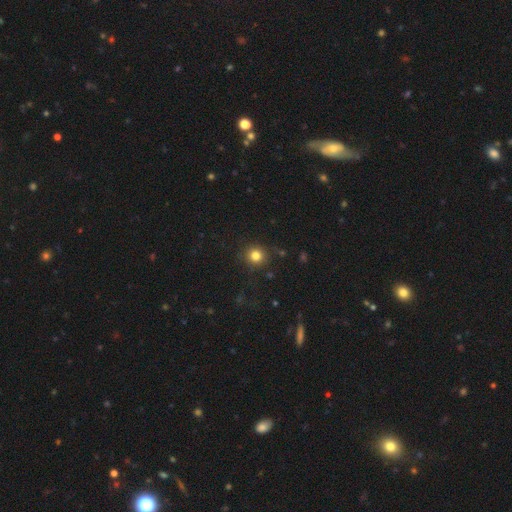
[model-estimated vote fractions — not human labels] Smooth or featured?
  - smooth: 82% *
  - star or artifact: 13%
  - featured or disk: 6%
How rounded?
  - round: 91% *
  - in between: 8%
  - cigar-shaped: 1%
Merging?
  - none: 87% *
  - minor disturbance: 8%
  - major disturbance: 3%
  - merger: 1%